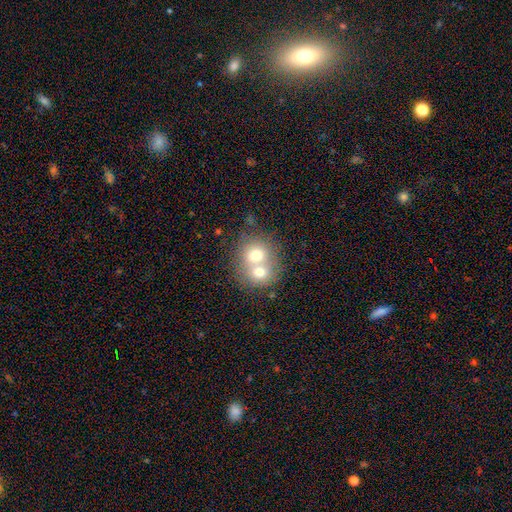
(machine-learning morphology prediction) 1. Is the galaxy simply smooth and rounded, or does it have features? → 67% smooth, 23% featured or disk, 10% star or artifact.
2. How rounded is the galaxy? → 74% round, 25% in between, 1% cigar-shaped.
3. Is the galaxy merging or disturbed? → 69% merger, 24% none, 5% minor disturbance, 2% major disturbance.